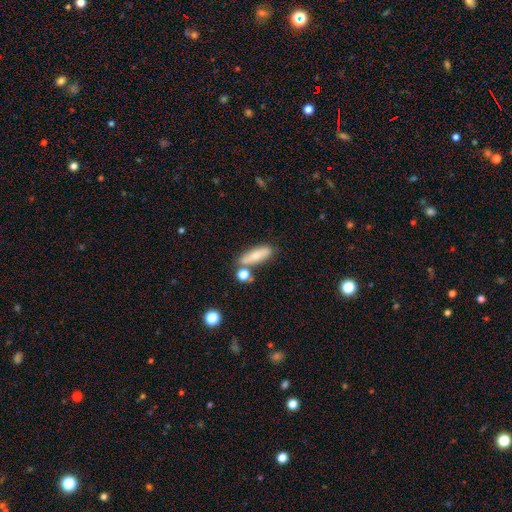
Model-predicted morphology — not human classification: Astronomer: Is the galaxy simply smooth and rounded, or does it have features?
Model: smooth — 68%.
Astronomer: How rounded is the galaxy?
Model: in between — 49% (runner-up: cigar-shaped, 47%).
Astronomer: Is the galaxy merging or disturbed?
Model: none — 67%.